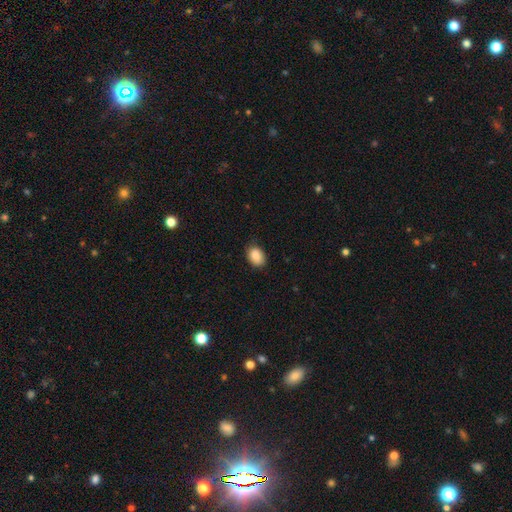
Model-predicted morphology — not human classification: smooth_or_featured: smooth (p=0.88) [alt: star or artifact p=0.08]
how_rounded: in between (p=0.72) [alt: round p=0.27]
merging: none (p=0.78) [alt: minor disturbance p=0.17]